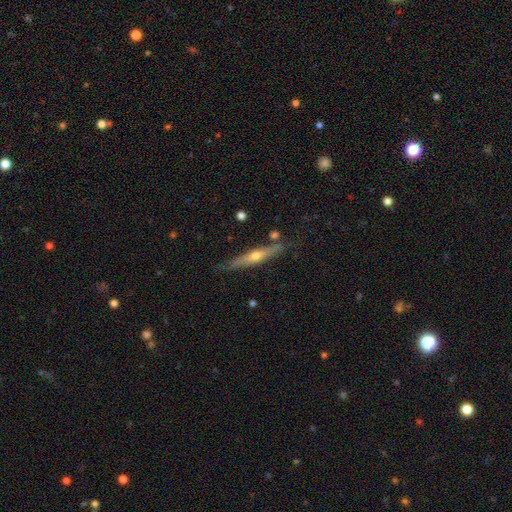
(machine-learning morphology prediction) Smooth or featured?
  - featured or disk: 63% *
  - smooth: 30%
  - star or artifact: 6%
Edge-on disk?
  - yes: 93% *
  - no: 7%
Edge-on bulge?
  - rounded: 83% *
  - none: 14%
  - boxy: 3%
Merging?
  - none: 80% *
  - minor disturbance: 14%
  - merger: 4%
  - major disturbance: 3%